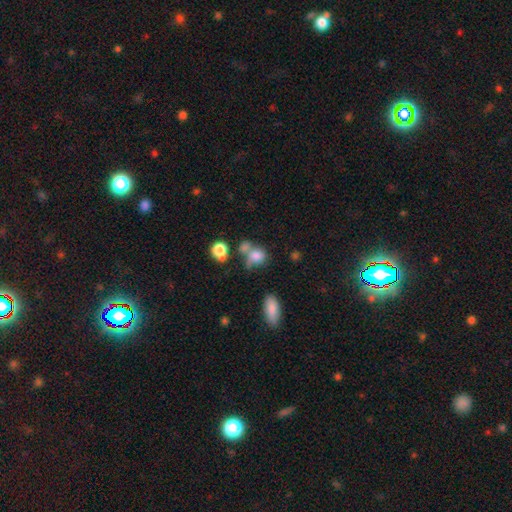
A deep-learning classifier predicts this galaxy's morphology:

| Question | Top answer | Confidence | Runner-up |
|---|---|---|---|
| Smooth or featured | smooth | 74% | featured or disk (13%) |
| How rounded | round | 50% | in between (49%) |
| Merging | merger | 39% | none (32%) |